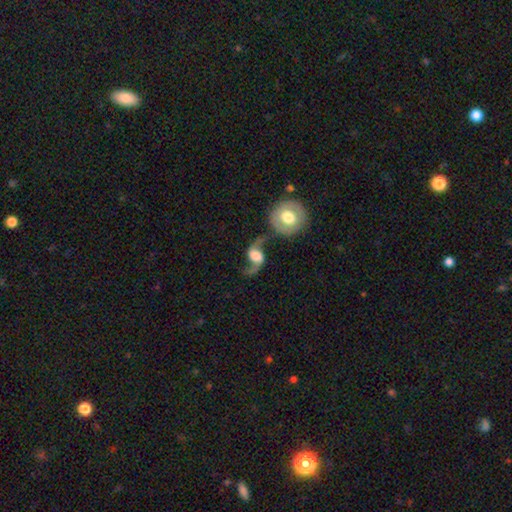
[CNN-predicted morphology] featured or disk 82%, smooth 12%, star or artifact 6%. Down the decision tree: edge-on disk — no (96%); bar — weak (44%); spiral arms — yes (94%); spiral arm count — 2 (91%); spiral winding — loose (86%); bulge size — large (38%); merging — none (51%).